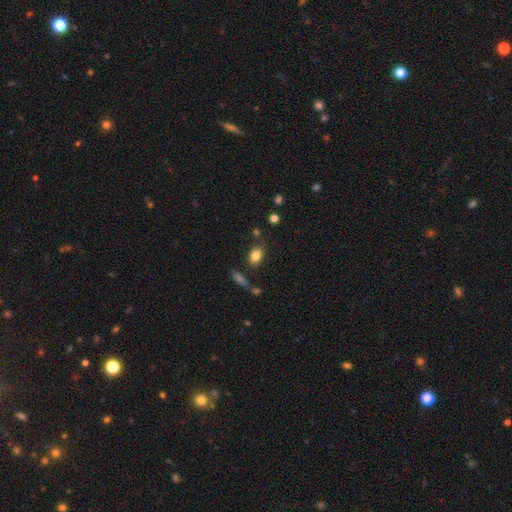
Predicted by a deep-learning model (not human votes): Morphology: type=smooth (83%); roundness=in between (77%); merging=none (77%).